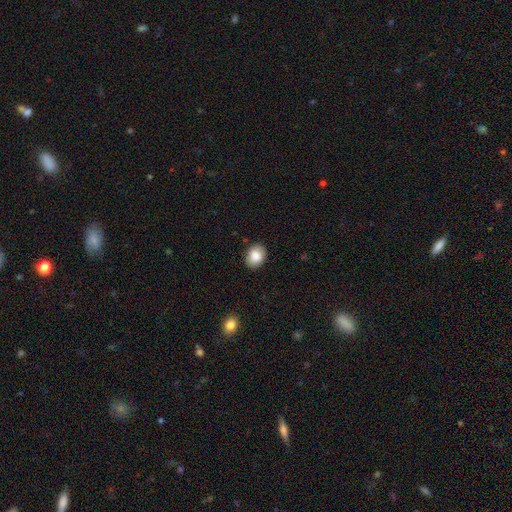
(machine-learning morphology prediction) This appears to be a smooth galaxy with no disk features (85%) that is in between round and cigar-shaped (66%). Merging: none (88%).